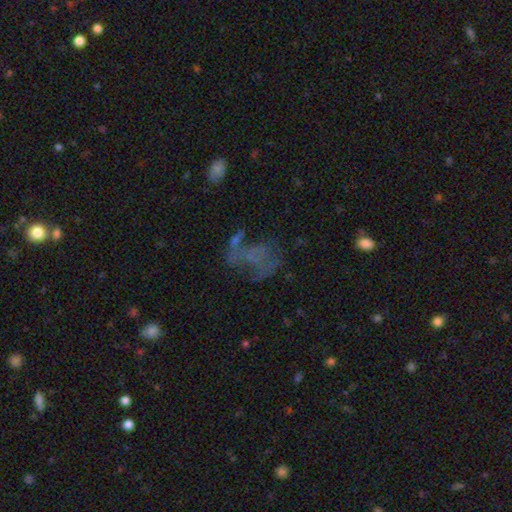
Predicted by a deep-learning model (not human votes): A featured or disk galaxy (46%).

Vote fractions:
- Smooth or featured? featured or disk: 46% / smooth: 32% / star or artifact: 23%
- Merging? major disturbance: 37% / none: 35% / minor disturbance: 16% / merger: 12%